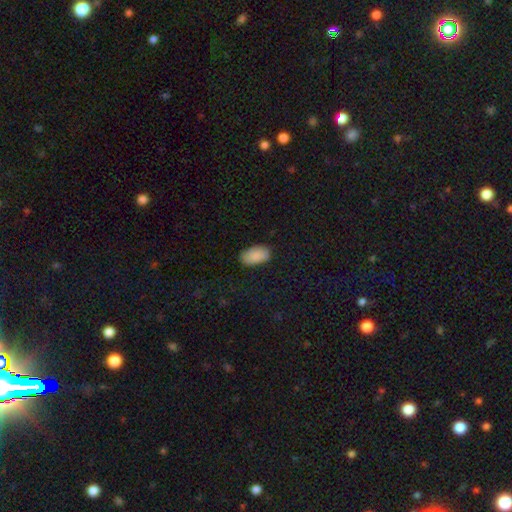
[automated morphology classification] Q: Smooth or featured?
A: smooth (89%); runner-up: star or artifact (7%)
Q: How rounded?
A: in between (95%); runner-up: round (3%)
Q: Merging?
A: none (83%); runner-up: minor disturbance (13%)